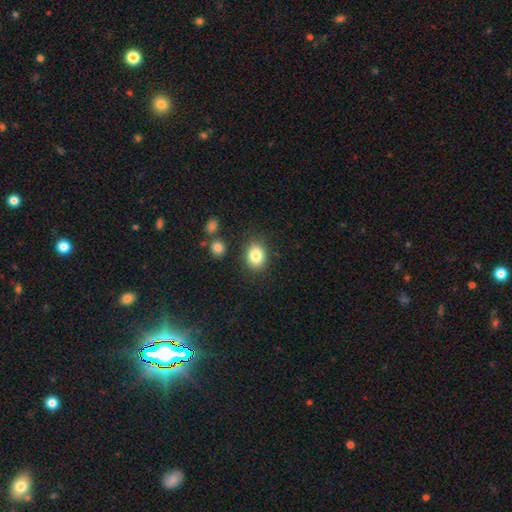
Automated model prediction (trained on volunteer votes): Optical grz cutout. It shows a smooth galaxy with no disk features (84%) that is in between round and cigar-shaped (57%). Merging: none (83%).